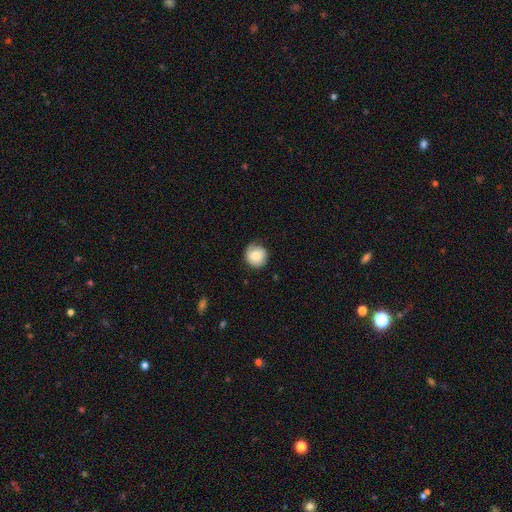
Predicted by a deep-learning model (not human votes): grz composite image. It shows a smooth galaxy with no disk features (76%) that is round (91%). Merging: none (70%).